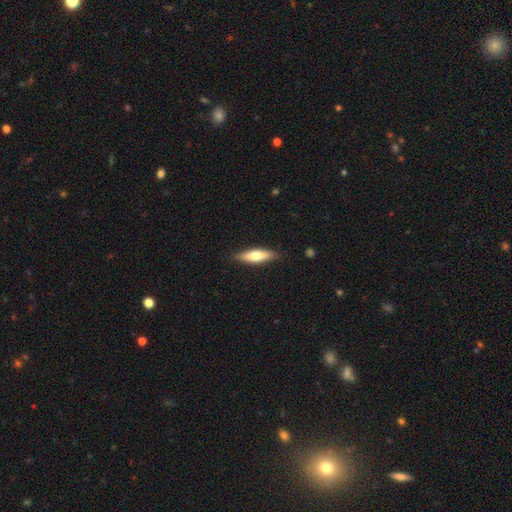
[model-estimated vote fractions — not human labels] smooth 60%, featured or disk 34%, star or artifact 6%. Down the decision tree: how rounded — cigar-shaped (62%); merging — none (86%).